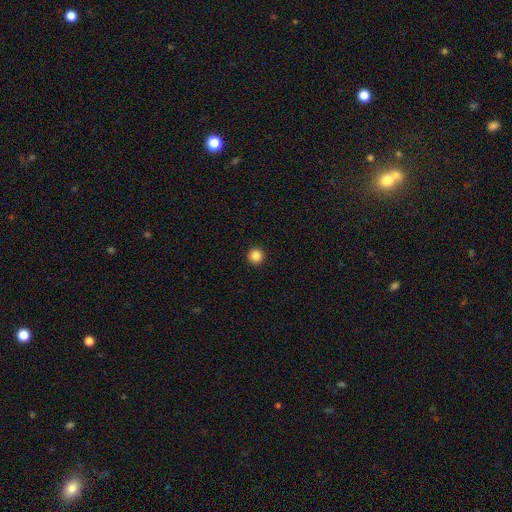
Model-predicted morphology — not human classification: A smooth galaxy with no disk features (86%) that is round (96%). Merging: none (94%).